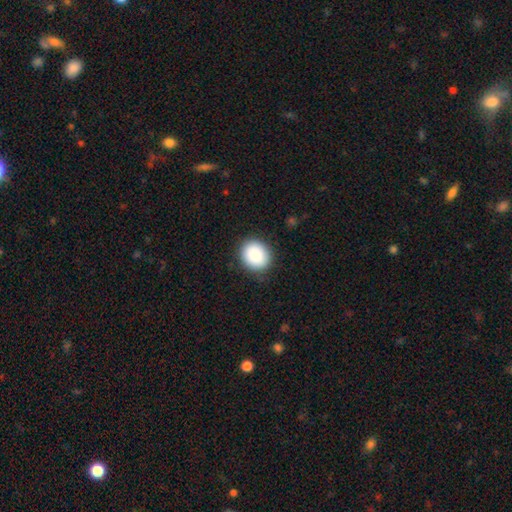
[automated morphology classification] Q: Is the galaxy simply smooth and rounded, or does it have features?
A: smooth — 89%.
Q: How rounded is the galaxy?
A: round — 66%.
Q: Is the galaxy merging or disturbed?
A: none — 87%.